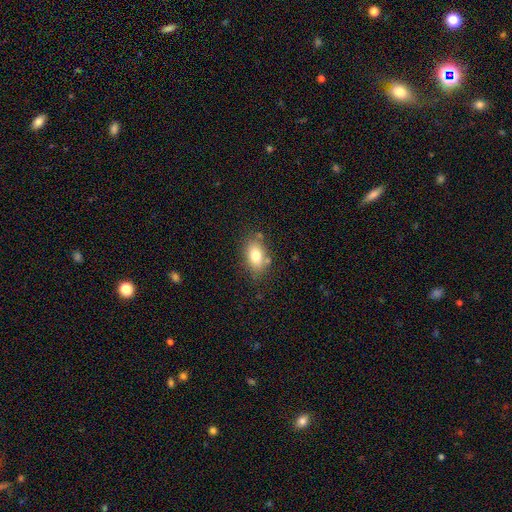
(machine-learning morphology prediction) This is likely a smooth galaxy (78%). How rounded: clearly in between (85%). Merging: likely none (74%).